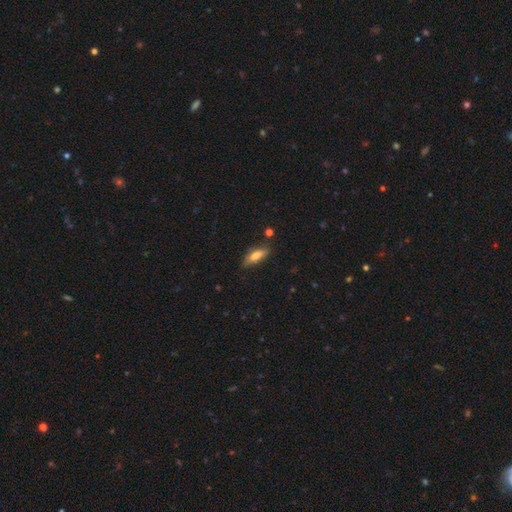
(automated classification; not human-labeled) Smooth or featured: smooth — 73% (featured or disk — 20%)
How rounded: in between — 56% (cigar-shaped — 42%)
Merging: none — 75% (minor disturbance — 18%)